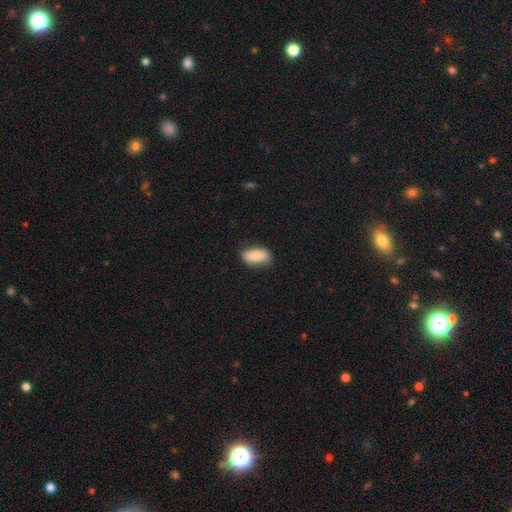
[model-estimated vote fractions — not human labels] Q: Smooth or featured?
A: smooth (76%); runner-up: featured or disk (17%)
Q: How rounded?
A: in between (91%); runner-up: round (5%)
Q: Merging?
A: none (80%); runner-up: minor disturbance (16%)